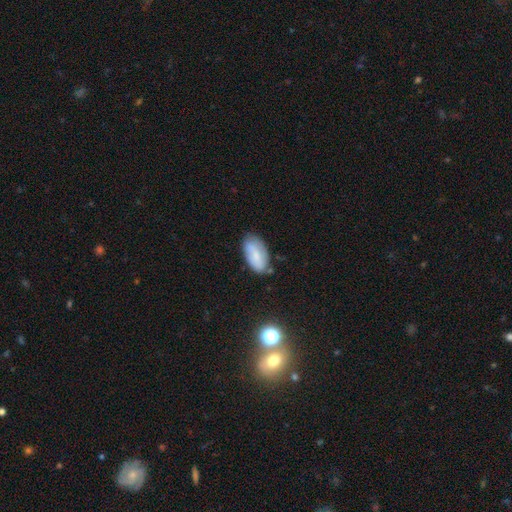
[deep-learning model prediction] This is likely a smooth galaxy (70%). How rounded: clearly in between (92%). Merging: likely none (65%).